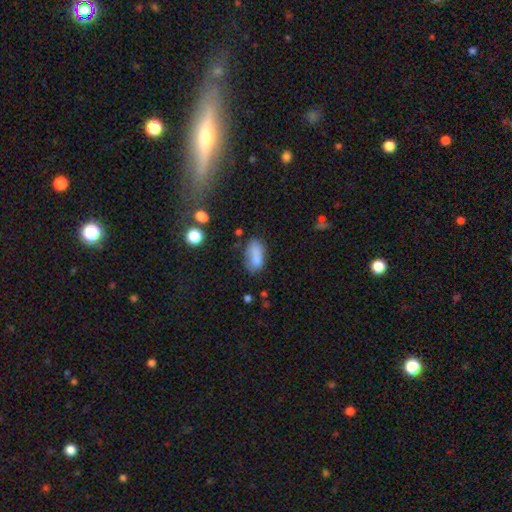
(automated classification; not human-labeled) smooth 79%, featured or disk 11%, star or artifact 10%. Down the decision tree: how rounded — in between (89%); merging — none (54%).